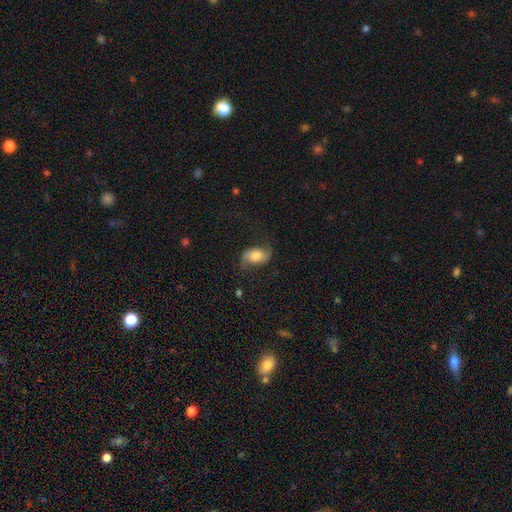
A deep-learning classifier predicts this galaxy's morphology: Q: Smooth or featured?
A: smooth (47%); runner-up: featured or disk (45%)
Q: Merging?
A: none (64%); runner-up: minor disturbance (21%)